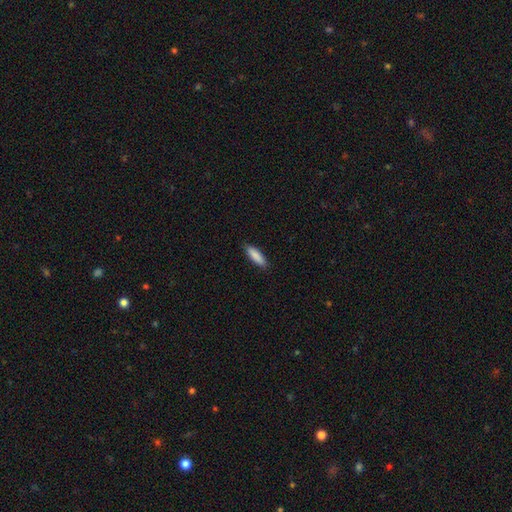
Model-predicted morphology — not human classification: A smooth galaxy with no disk features (88%) that is cigar-shaped (56%).

Vote fractions:
- Smooth or featured? smooth: 88% / featured or disk: 7% / star or artifact: 6%
- How rounded? cigar-shaped: 56% / in between: 42% / round: 1%
- Merging? none: 87% / minor disturbance: 10% / major disturbance: 2% / merger: 1%